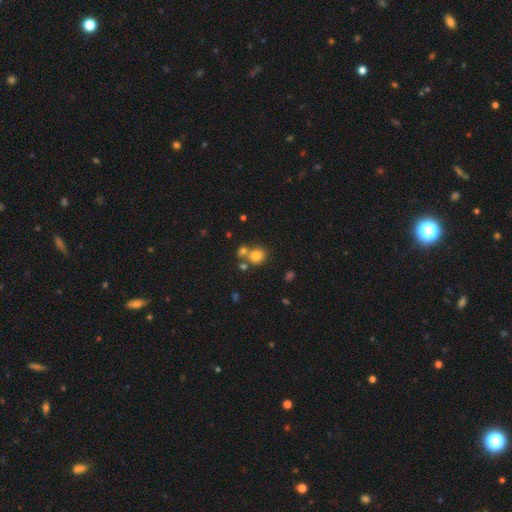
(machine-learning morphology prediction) smooth-or-featured: smooth: 77% | star or artifact: 13% | featured or disk: 9%
  how-rounded: round: 78% | in between: 21% | cigar-shaped: 1%
  merging: none: 56% | merger: 31% | minor disturbance: 10% | major disturbance: 4%